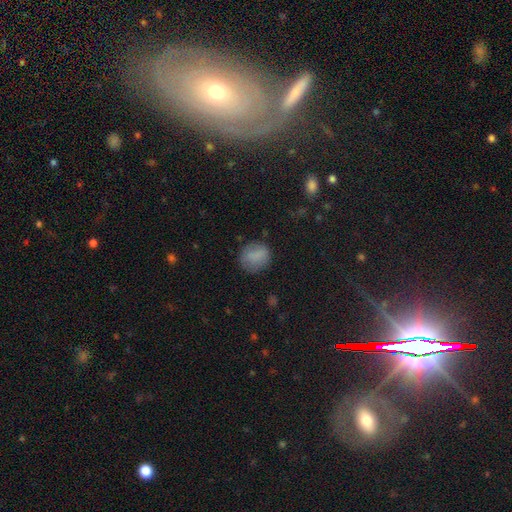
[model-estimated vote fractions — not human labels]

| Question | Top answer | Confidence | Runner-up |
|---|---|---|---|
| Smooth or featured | smooth | 80% | featured or disk (11%) |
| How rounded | round | 68% | in between (30%) |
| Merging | none | 75% | minor disturbance (18%) |